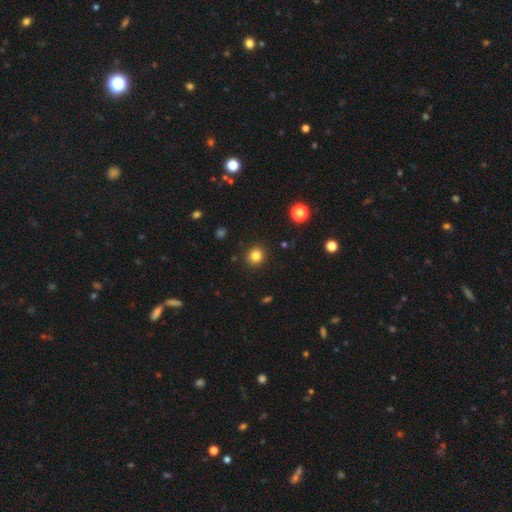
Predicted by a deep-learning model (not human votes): smooth_or_featured: smooth (p=0.82) [alt: star or artifact p=0.13]
how_rounded: round (p=0.90) [alt: in between p=0.09]
merging: none (p=0.91) [alt: minor disturbance p=0.06]